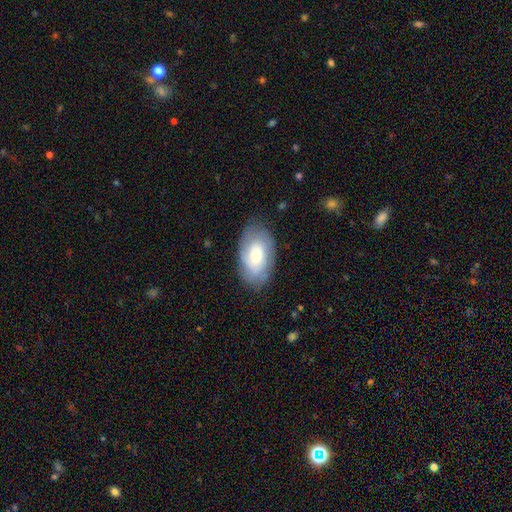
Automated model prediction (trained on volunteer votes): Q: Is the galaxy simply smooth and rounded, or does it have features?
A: smooth — 51%.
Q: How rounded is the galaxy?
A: in between — 93%.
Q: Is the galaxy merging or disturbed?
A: none — 77%.